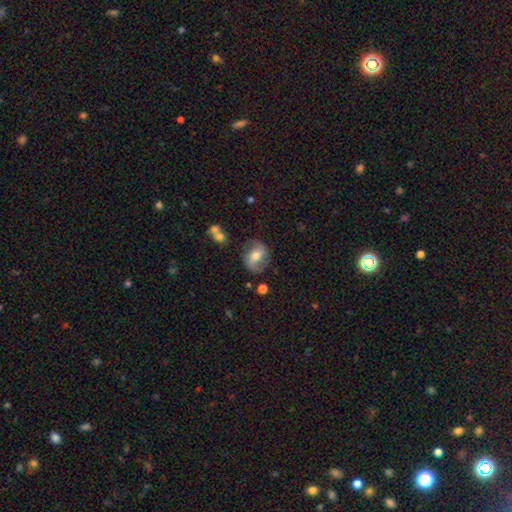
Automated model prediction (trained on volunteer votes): A featured or disk galaxy (63%) with a weak bar (43%), 2 (88%) loose (45%) spiral arms (85%) and a moderate central bulge (68%).

Vote fractions:
- Smooth or featured? featured or disk: 63% / smooth: 29% / star or artifact: 8%
- Edge-on disk? no: 96% / yes: 4%
- Bar? weak: 43% / no: 31% / strong: 26%
- Spiral arms? yes: 85% / no: 15%
- Spiral winding? loose: 45% / medium: 40% / tight: 15%
- Spiral arm count? 2: 88% / can't tell: 6% / 1: 3% / 3: 1% / 4: 1% / more than 4: 1%
- Bulge size? moderate: 68% / small: 23% / large: 6% / none: 2% / dominant: 1%
- Merging? none: 76% / minor disturbance: 15% / major disturbance: 6% / merger: 3%